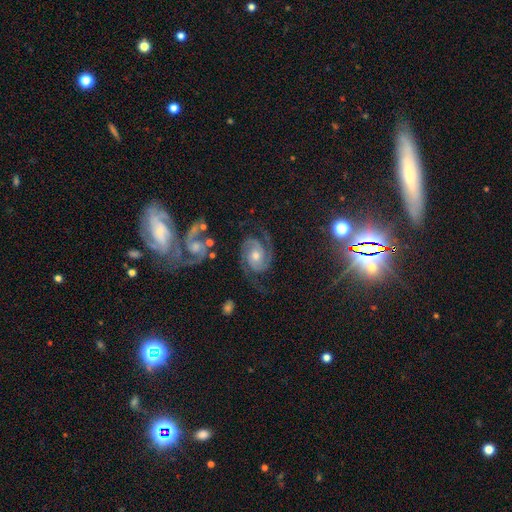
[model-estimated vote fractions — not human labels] Morphology: type=featured or disk (88%); edge-on=no (98%); bar=no (70%); spiral arms=yes (98%); winding=tight (46%); arm count=2 (85%); bulge=moderate (65%); merging=none (71%).